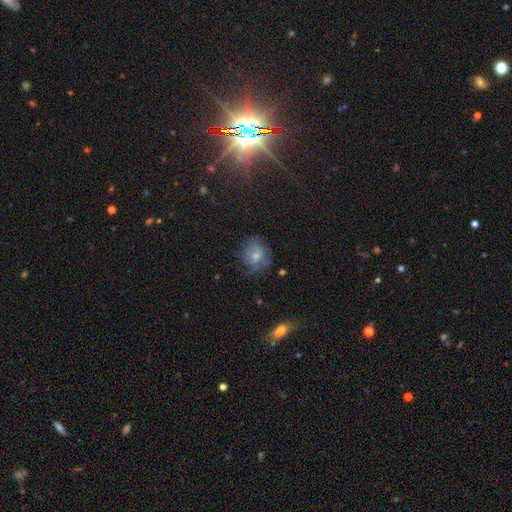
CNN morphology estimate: A featured or disk galaxy (36%).

Vote fractions:
- Smooth or featured? featured or disk: 36% / smooth: 34% / star or artifact: 30%
- Merging? none: 69% / minor disturbance: 20% / major disturbance: 10% / merger: 2%